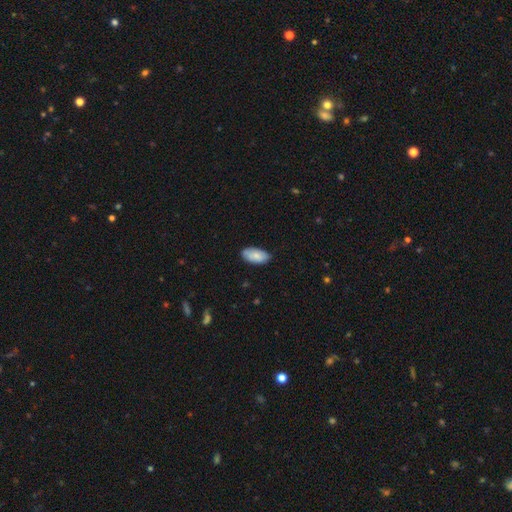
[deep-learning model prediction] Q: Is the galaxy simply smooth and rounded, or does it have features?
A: smooth — 81%.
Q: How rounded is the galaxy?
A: in between — 94%.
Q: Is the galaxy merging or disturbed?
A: none — 80%.